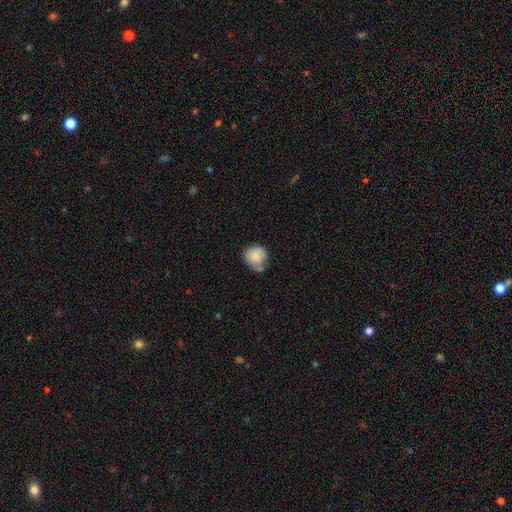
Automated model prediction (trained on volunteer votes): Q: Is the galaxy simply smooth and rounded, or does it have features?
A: smooth — 83%.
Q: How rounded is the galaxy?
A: round — 84%.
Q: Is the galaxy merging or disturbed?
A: none — 51%.